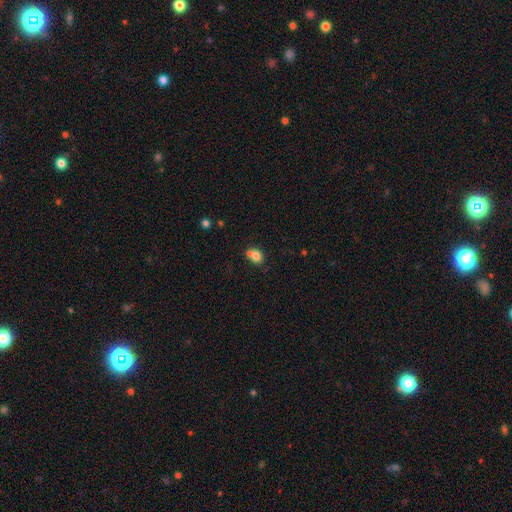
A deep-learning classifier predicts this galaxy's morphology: This appears to be a smooth galaxy with no disk features (76%) that is round (54%). Merging: merger (45%).